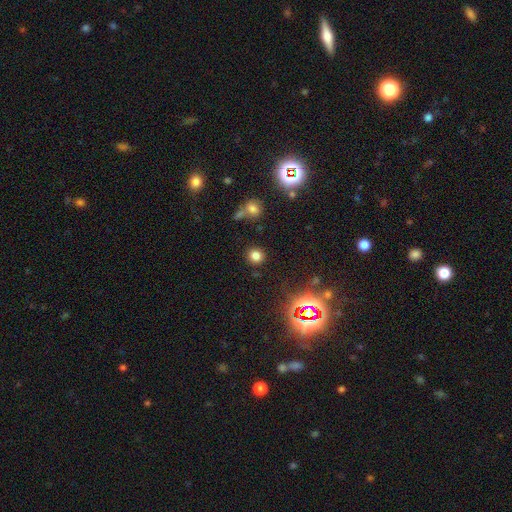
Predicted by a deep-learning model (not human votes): Smooth or featured: smooth — 76% (star or artifact — 18%)
How rounded: round — 87% (in between — 11%)
Merging: none — 86% (minor disturbance — 7%)